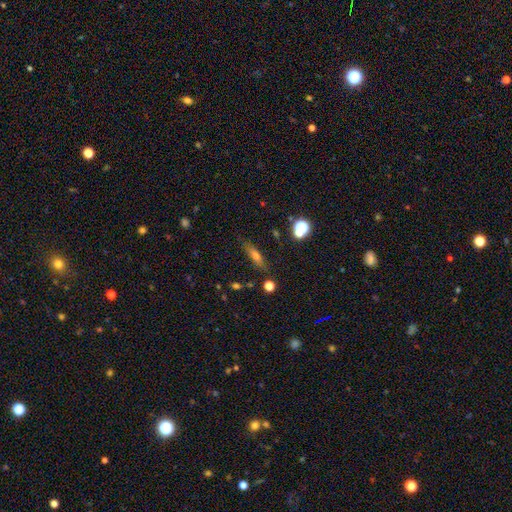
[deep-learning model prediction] This is possibly a smooth galaxy (57%). How rounded: possibly cigar-shaped (58%). Merging: likely none (79%).